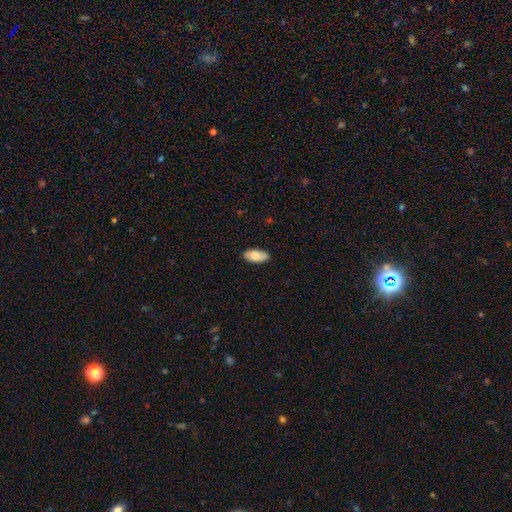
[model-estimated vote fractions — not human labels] smooth-or-featured: smooth: 83% | featured or disk: 10% | star or artifact: 6%
  how-rounded: in between: 89% | cigar-shaped: 9% | round: 2%
  merging: none: 85% | minor disturbance: 12% | major disturbance: 2% | merger: 1%